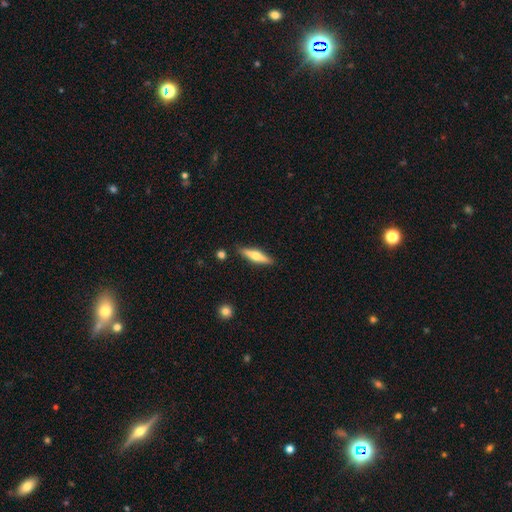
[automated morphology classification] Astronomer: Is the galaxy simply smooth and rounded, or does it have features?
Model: featured or disk — 50% (runner-up: smooth, 44%).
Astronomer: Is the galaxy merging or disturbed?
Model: none — 88%.